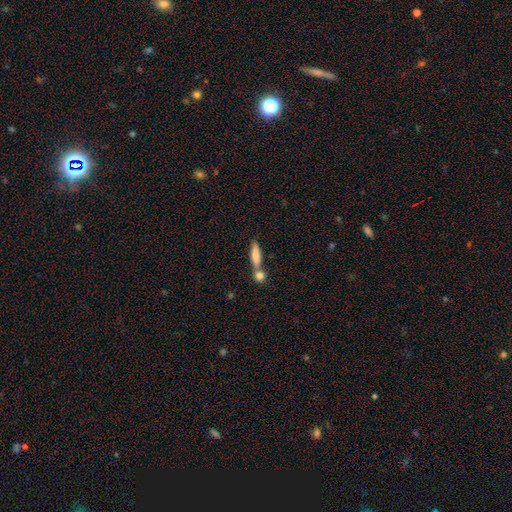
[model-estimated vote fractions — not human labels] smooth_or_featured: smooth (p=0.76) [alt: featured or disk p=0.17]
how_rounded: cigar-shaped (p=0.75) [alt: in between p=0.22]
merging: none (p=0.56) [alt: merger p=0.31]